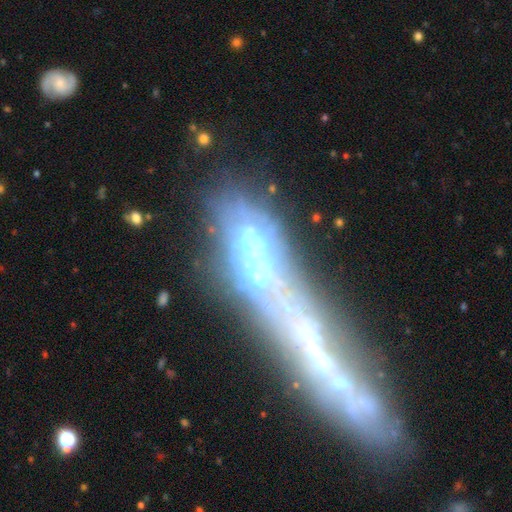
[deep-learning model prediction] This is likely a featured or disk galaxy (64%). It is likely not viewed edge-on (70%). Merging: marginally none (33%).